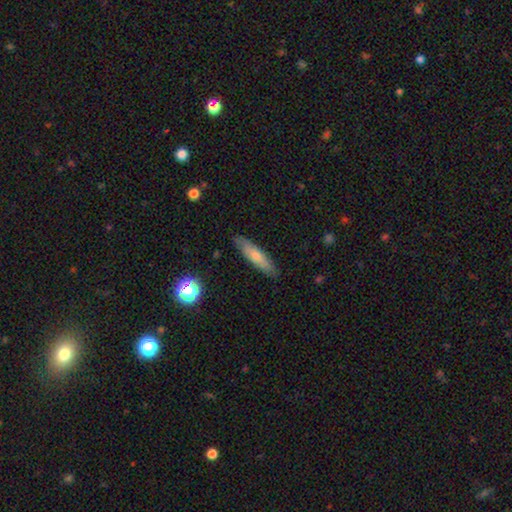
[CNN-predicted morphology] smooth-or-featured: smooth: 60% | featured or disk: 32% | star or artifact: 7%
  how-rounded: cigar-shaped: 77% | in between: 21% | round: 2%
  merging: none: 86% | minor disturbance: 11% | major disturbance: 2% | merger: 1%